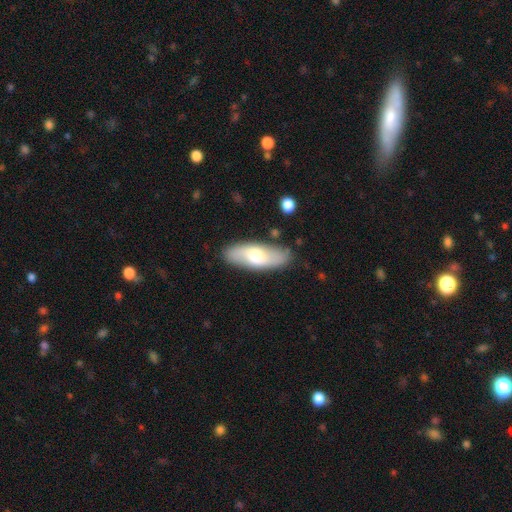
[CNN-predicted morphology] smooth 59%, featured or disk 36%, star or artifact 6%. Down the decision tree: how rounded — in between (70%); merging — none (84%).